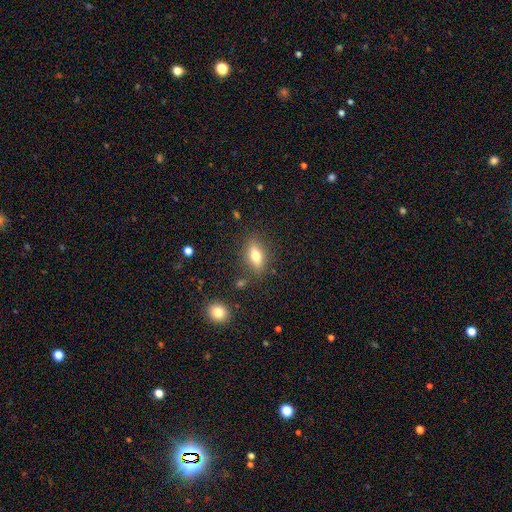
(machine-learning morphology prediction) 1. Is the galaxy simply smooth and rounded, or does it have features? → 70% smooth, 21% featured or disk, 9% star or artifact.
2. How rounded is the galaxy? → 77% in between, 14% cigar-shaped, 9% round.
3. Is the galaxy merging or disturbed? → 82% none, 12% minor disturbance, 4% major disturbance, 3% merger.